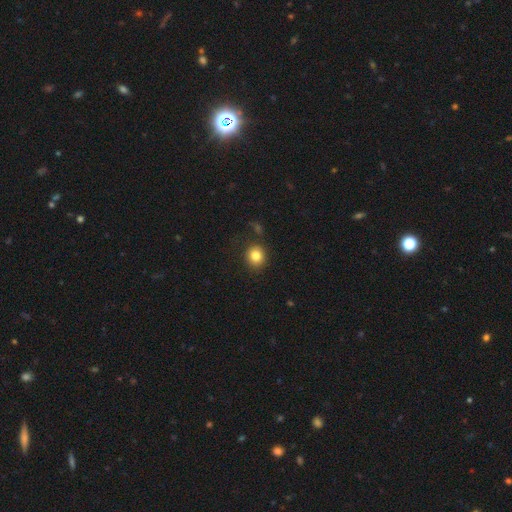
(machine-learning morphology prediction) A smooth galaxy with no disk features (83%) that is round (83%). Merging: none (85%).